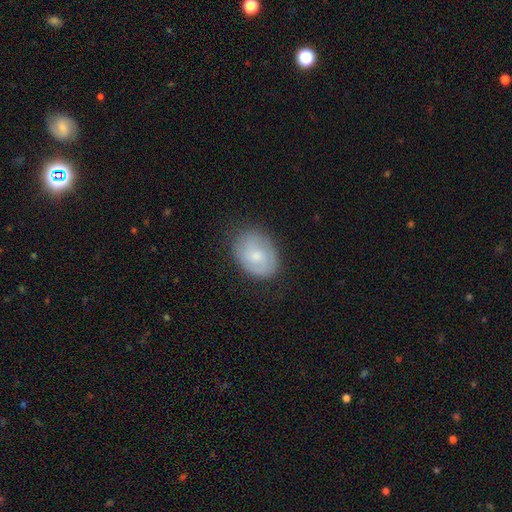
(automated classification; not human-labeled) This is possibly a smooth galaxy (59%). How rounded: likely in between (69%). Merging: likely none (77%).